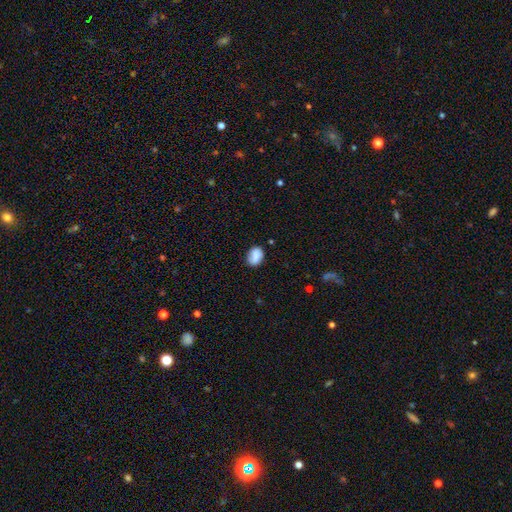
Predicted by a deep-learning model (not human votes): A smooth galaxy with no disk features (81%) that is in between round and cigar-shaped (69%).

Vote fractions:
- Smooth or featured? smooth: 81% / featured or disk: 11% / star or artifact: 8%
- How rounded? in between: 69% / round: 30% / cigar-shaped: 1%
- Merging? none: 72% / minor disturbance: 20% / major disturbance: 5% / merger: 3%